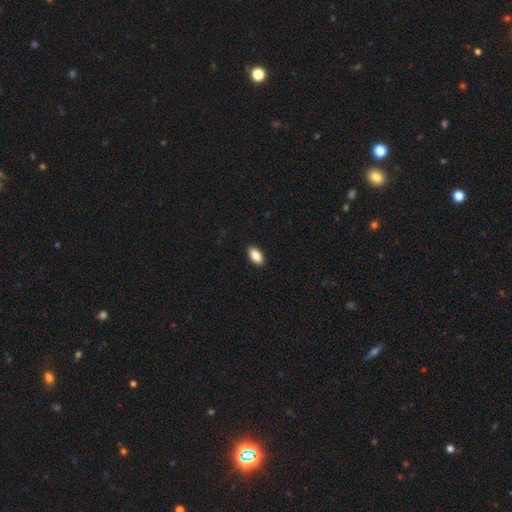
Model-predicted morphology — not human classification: type=smooth (87%); roundness=in between (93%); merging=none (90%).